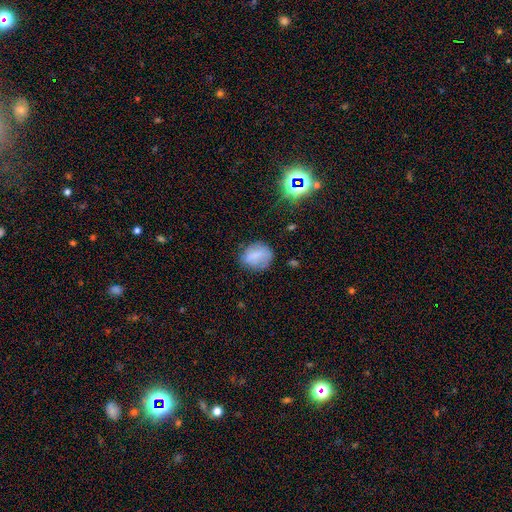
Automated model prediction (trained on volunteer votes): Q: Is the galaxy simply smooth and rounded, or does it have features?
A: smooth — 72%.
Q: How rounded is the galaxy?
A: round — 54%.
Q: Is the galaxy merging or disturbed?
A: none — 66%.